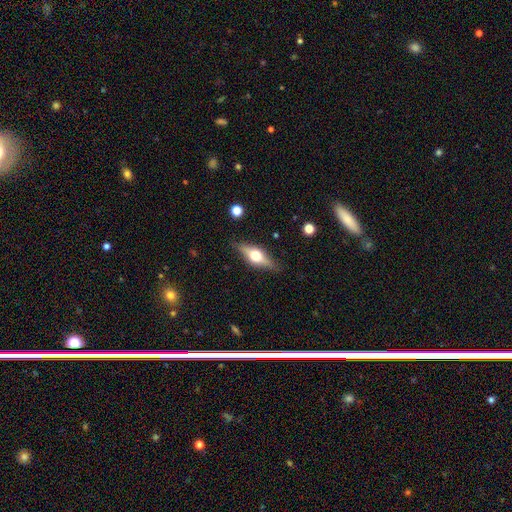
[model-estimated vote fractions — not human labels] The model was most divided on "smooth or featured": featured or disk: 61%, smooth: 32%, star or artifact: 7%. More confident: edge-on bulge — rounded (95%); edge-on disk — yes (93%); merging — none (85%).